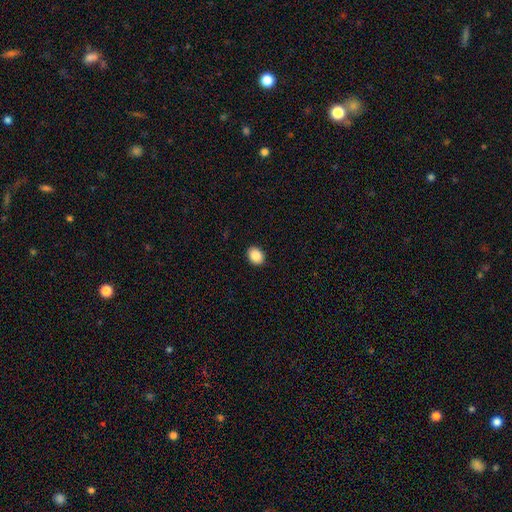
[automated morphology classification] A smooth galaxy with no disk features (88%) that is in between round and cigar-shaped (52%).

Vote fractions:
- Smooth or featured? smooth: 88% / star or artifact: 8% / featured or disk: 3%
- How rounded? in between: 52% / round: 47% / cigar-shaped: 1%
- Merging? none: 91% / minor disturbance: 6% / major disturbance: 2% / merger: 1%